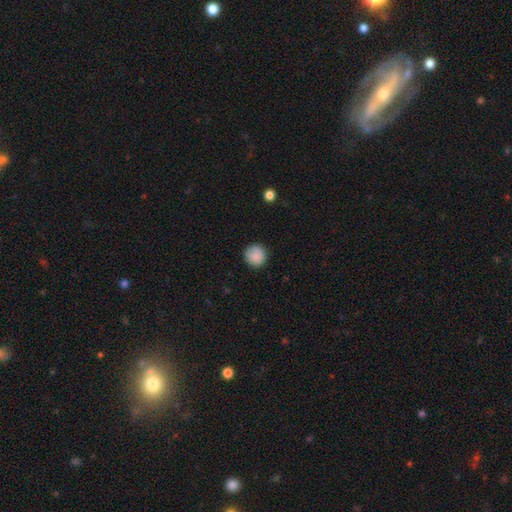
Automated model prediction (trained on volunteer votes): Smooth or featured? smooth (89%)
How rounded? round (95%)
Merging? none (90%)